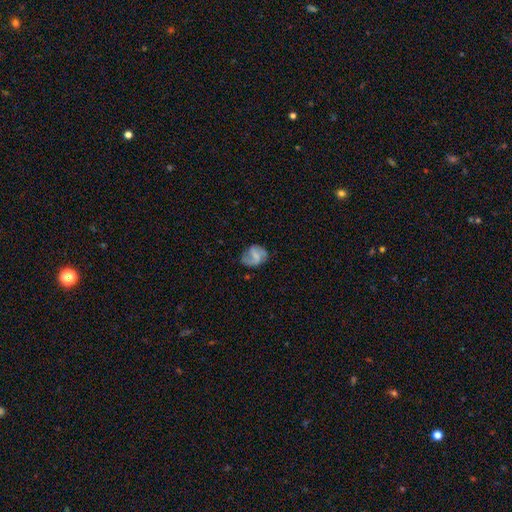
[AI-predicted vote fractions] Smooth or featured: featured or disk — 63% (smooth — 29%)
Edge-on disk: no — 98% (yes — 2%)
Bar: weak — 45% (strong — 31%)
Spiral arms: yes — 86% (no — 14%)
Spiral winding: medium — 42% (loose — 40%)
Spiral arm count: 2 — 78% (1 — 10%)
Bulge size: none — 44% (small — 34%)
Merging: none — 62% (minor disturbance — 23%)